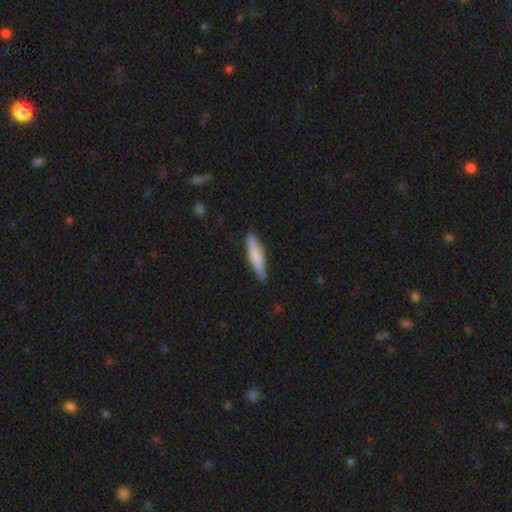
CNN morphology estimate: A smooth galaxy with no disk features (63%) that is cigar-shaped (85%). Merging: none (85%).